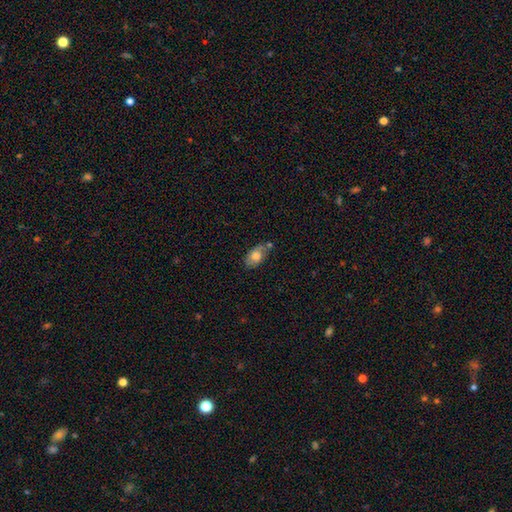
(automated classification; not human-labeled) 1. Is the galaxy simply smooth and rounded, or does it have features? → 72% smooth, 21% featured or disk, 7% star or artifact.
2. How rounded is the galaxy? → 90% in between, 7% round, 3% cigar-shaped.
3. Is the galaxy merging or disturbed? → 51% none, 28% minor disturbance, 14% merger, 7% major disturbance.